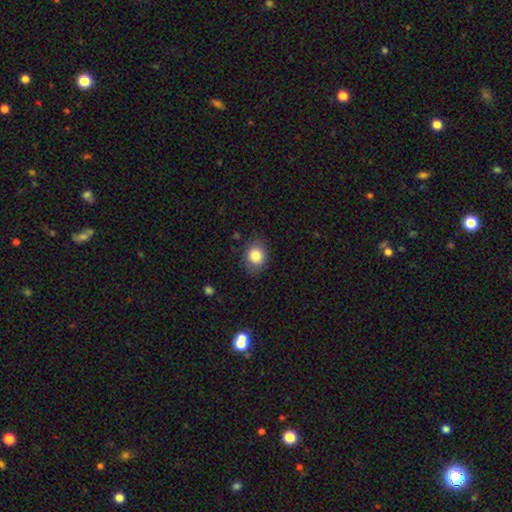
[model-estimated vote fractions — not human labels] Morphology: type=smooth (84%); roundness=in between (50%); merging=none (81%).